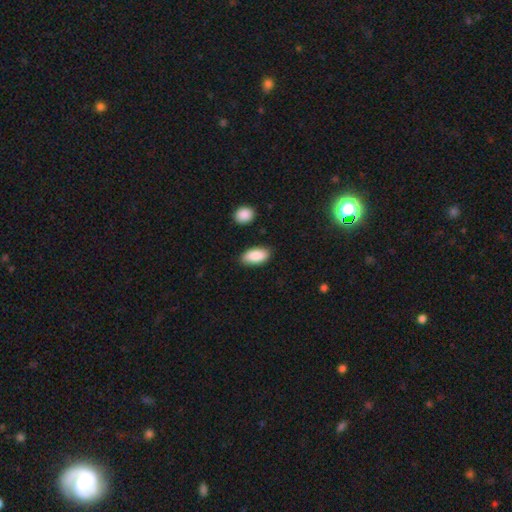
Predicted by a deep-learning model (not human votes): A smooth galaxy with no disk features (88%) that is in between round and cigar-shaped (92%).

Vote fractions:
- Smooth or featured? smooth: 88% / star or artifact: 6% / featured or disk: 6%
- How rounded? in between: 92% / cigar-shaped: 5% / round: 3%
- Merging? none: 84% / minor disturbance: 11% / major disturbance: 2% / merger: 2%